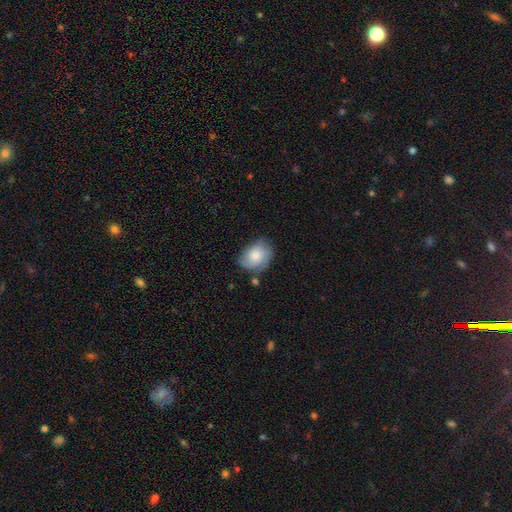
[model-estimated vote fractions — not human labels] This is likely a smooth galaxy (71%). How rounded: likely in between (62%). Merging: possibly none (59%).